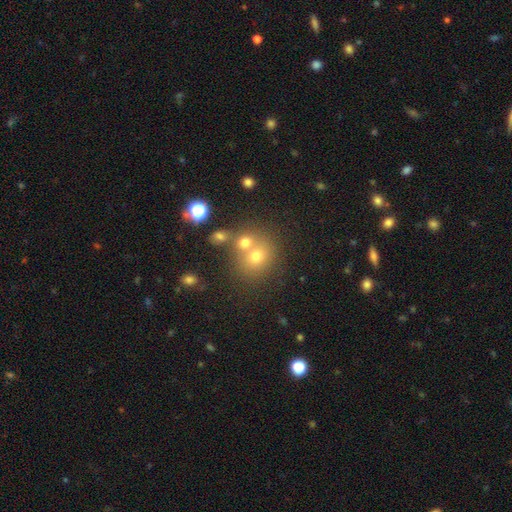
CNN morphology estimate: Smooth or featured: smooth — 66% (star or artifact — 18%)
How rounded: round — 79% (in between — 20%)
Merging: none — 48% (merger — 40%)